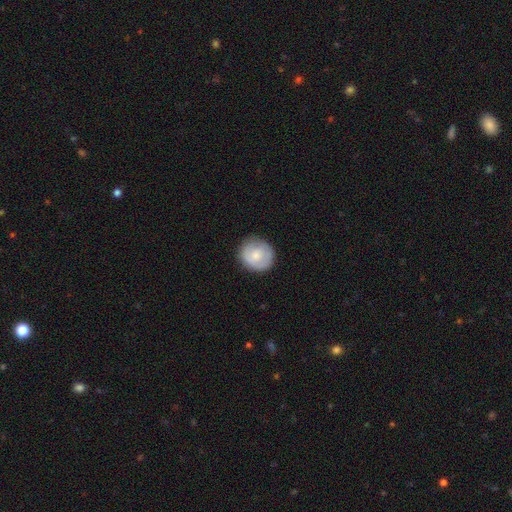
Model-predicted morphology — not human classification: Overall: smooth (56%; featured or disk 38%). How rounded: round (87%). Merging: none (82%).